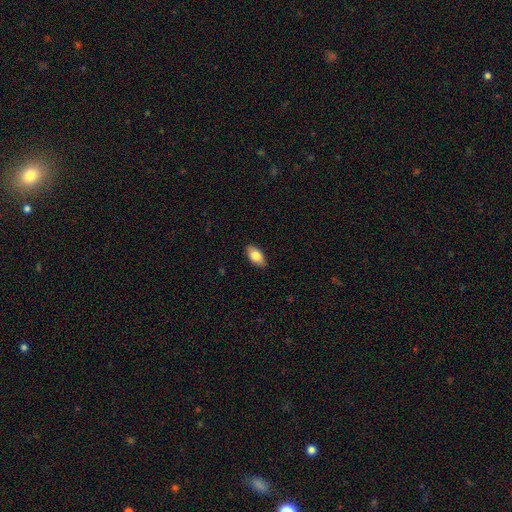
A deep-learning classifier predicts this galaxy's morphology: Q: Smooth or featured?
A: smooth (84%); runner-up: featured or disk (10%)
Q: How rounded?
A: in between (93%); runner-up: round (4%)
Q: Merging?
A: none (88%); runner-up: minor disturbance (9%)